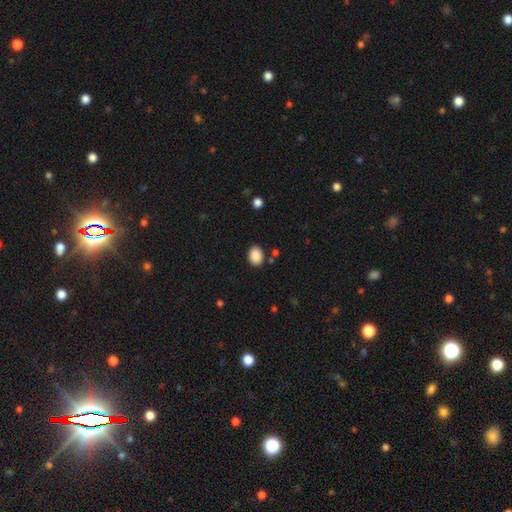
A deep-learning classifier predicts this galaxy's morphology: Smooth or featured? smooth (88%)
How rounded? in between (63%)
Merging? none (84%)